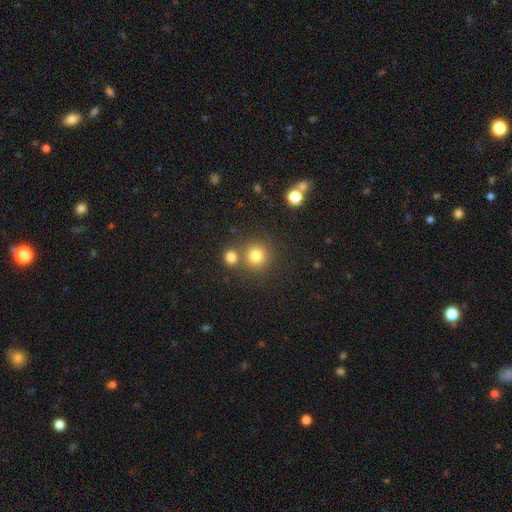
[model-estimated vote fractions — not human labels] smooth_or_featured: smooth (p=0.79) [alt: star or artifact p=0.13]
how_rounded: round (p=0.91) [alt: in between p=0.08]
merging: none (p=0.68) [alt: merger p=0.21]